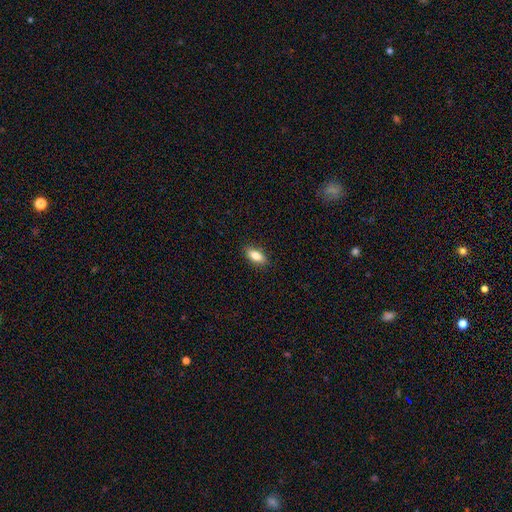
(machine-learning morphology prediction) smooth-or-featured: smooth: 82% | featured or disk: 11% | star or artifact: 7%
  how-rounded: in between: 83% | cigar-shaped: 13% | round: 4%
  merging: none: 88% | minor disturbance: 9% | major disturbance: 2% | merger: 1%